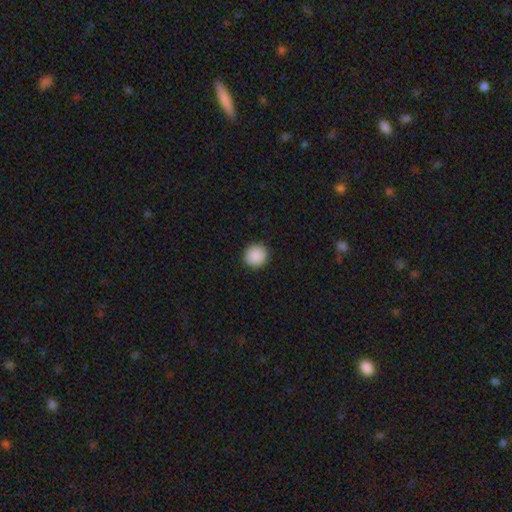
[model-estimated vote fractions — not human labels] Smooth or featured?
  - smooth: 90% *
  - star or artifact: 8%
  - featured or disk: 2%
How rounded?
  - round: 93% *
  - in between: 6%
  - cigar-shaped: 1%
Merging?
  - none: 93% *
  - minor disturbance: 5%
  - major disturbance: 2%
  - merger: 1%